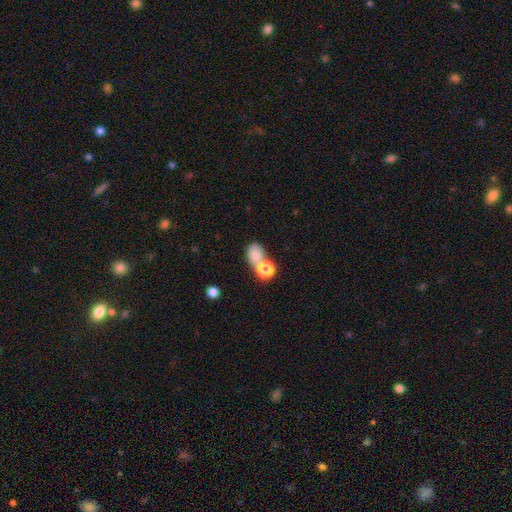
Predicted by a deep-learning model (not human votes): Morphology: type=smooth (78%); roundness=in between (55%); merging=merger (56%).